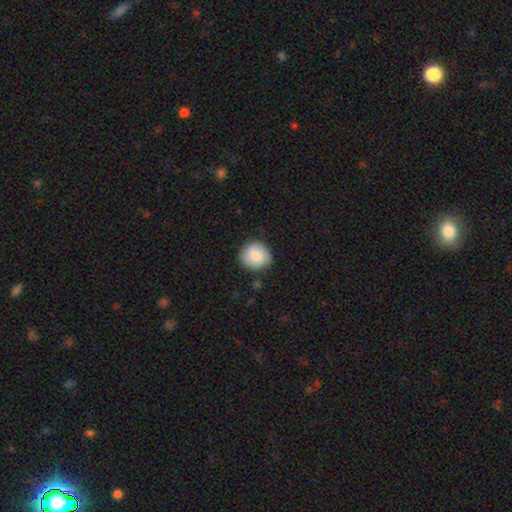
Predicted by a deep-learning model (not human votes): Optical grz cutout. It shows a smooth galaxy with no disk features (77%) that is round (90%). Merging: none (83%).